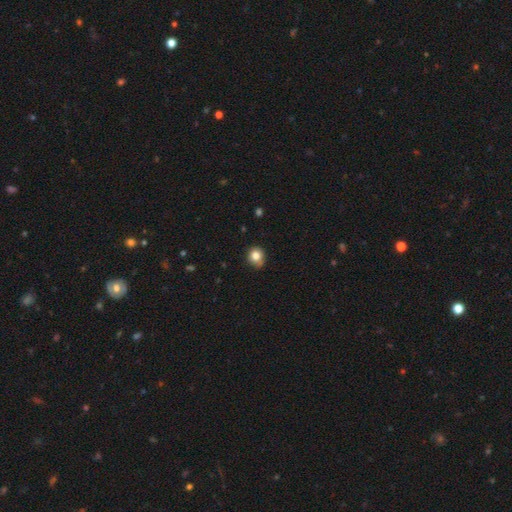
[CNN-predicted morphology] Smooth or featured?
  - smooth: 80% *
  - star or artifact: 11%
  - featured or disk: 9%
How rounded?
  - round: 79% *
  - in between: 20%
  - cigar-shaped: 1%
Merging?
  - none: 69% *
  - minor disturbance: 24%
  - major disturbance: 4%
  - merger: 3%